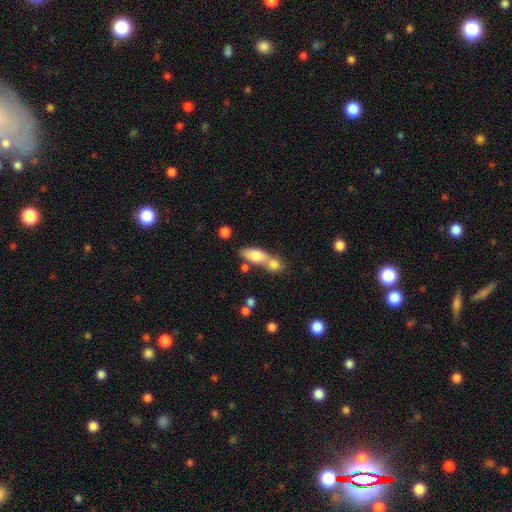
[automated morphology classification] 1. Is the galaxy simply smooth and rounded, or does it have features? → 74% smooth, 19% featured or disk, 7% star or artifact.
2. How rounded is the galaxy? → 70% in between, 22% cigar-shaped, 8% round.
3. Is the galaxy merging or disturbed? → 56% merger, 31% none, 9% minor disturbance, 4% major disturbance.